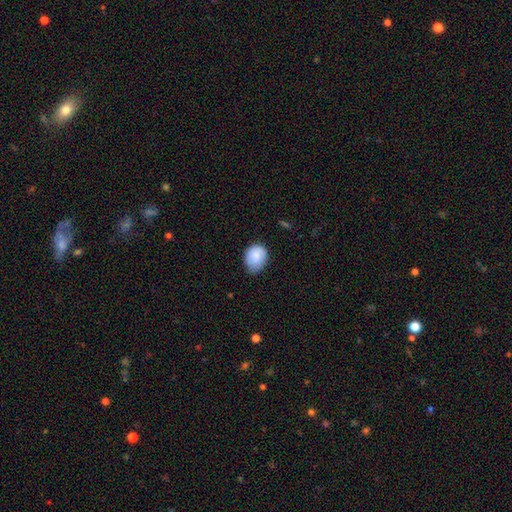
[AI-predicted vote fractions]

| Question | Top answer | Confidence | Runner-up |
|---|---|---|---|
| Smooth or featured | smooth | 81% | featured or disk (12%) |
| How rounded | in between | 52% | round (47%) |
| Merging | none | 61% | minor disturbance (32%) |